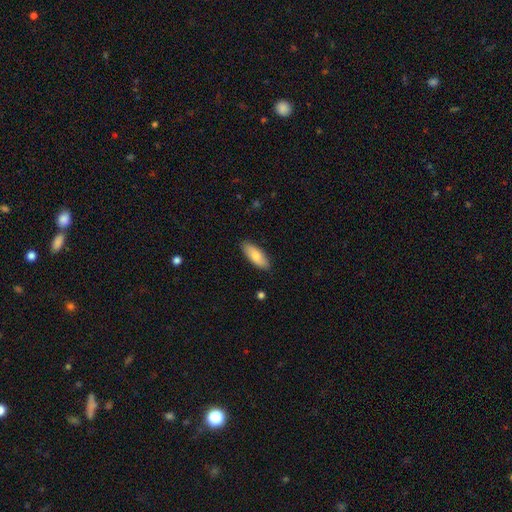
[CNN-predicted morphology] This is likely a smooth galaxy (77%). How rounded: likely in between (76%). Merging: clearly none (88%).